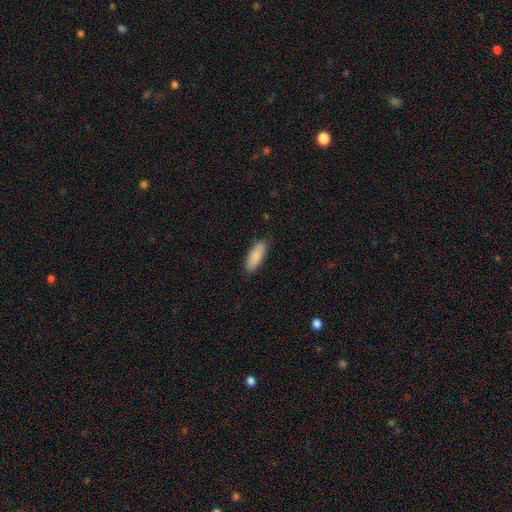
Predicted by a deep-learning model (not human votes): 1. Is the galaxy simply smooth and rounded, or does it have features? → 85% smooth, 9% featured or disk, 6% star or artifact.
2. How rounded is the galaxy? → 72% in between, 26% cigar-shaped, 2% round.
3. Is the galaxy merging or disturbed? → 84% none, 13% minor disturbance, 2% major disturbance, 1% merger.